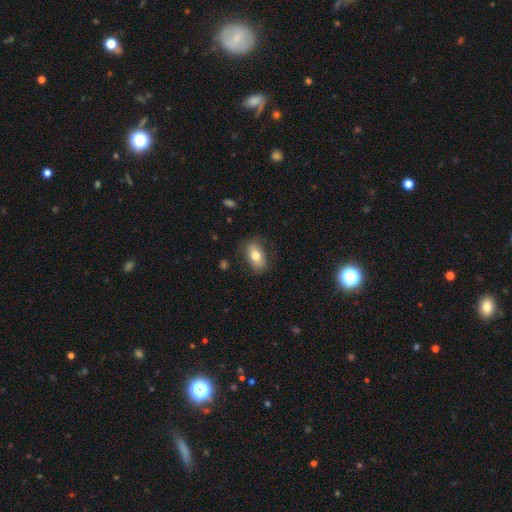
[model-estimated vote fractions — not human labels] Overall: smooth (73%). How rounded: in between (88%). Merging: none (79%).